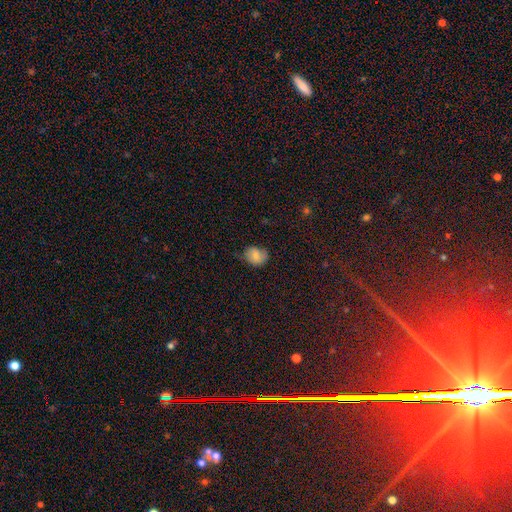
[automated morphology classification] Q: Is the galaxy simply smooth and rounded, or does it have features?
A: smooth — 71%.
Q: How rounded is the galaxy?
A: round — 50%.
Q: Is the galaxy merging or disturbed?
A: none — 57%.